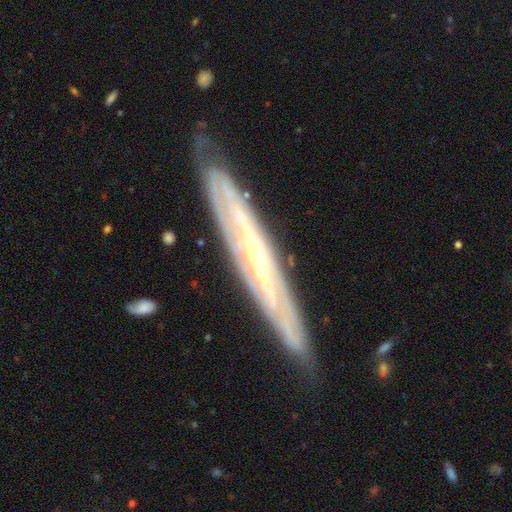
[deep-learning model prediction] Morphology: type=featured or disk (82%); edge-on=yes (60%); merging=none (79%).